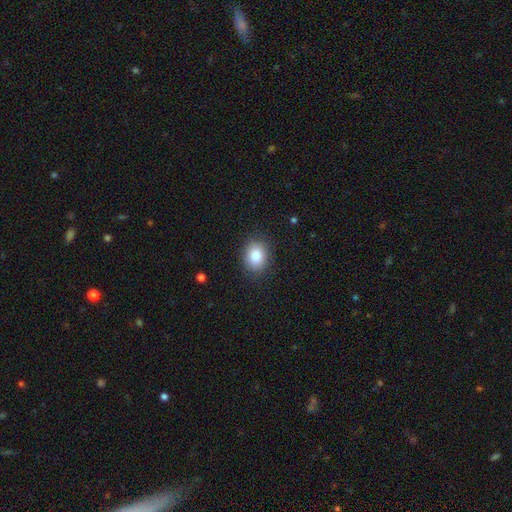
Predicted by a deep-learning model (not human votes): Overall: smooth (85%). How rounded: in between (59%; round 41%). Merging: none (86%).